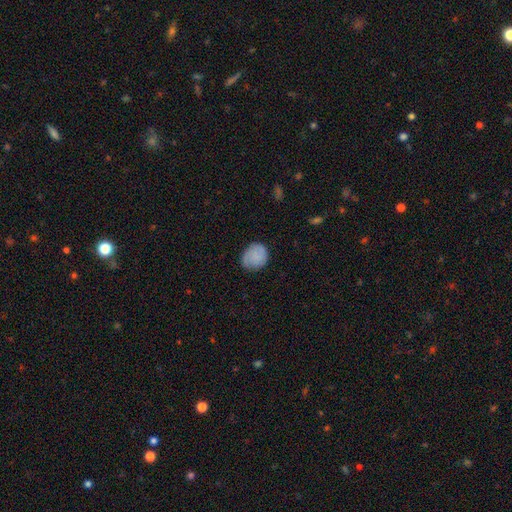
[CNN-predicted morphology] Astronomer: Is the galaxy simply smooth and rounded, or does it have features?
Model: smooth — 73%.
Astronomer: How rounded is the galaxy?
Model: round — 70%.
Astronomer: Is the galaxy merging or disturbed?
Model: none — 70%.